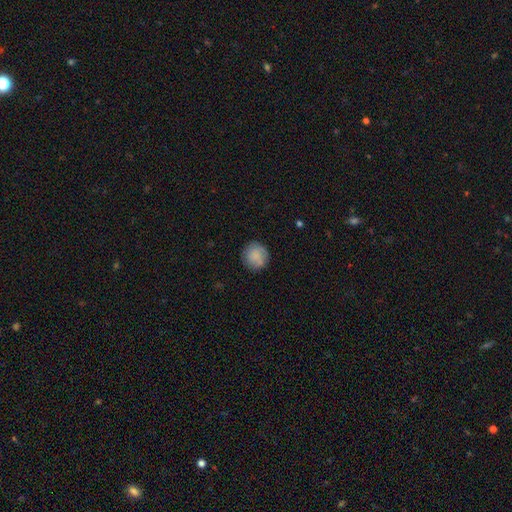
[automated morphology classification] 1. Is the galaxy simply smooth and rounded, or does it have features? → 80% smooth, 13% featured or disk, 7% star or artifact.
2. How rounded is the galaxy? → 92% round, 7% in between, 1% cigar-shaped.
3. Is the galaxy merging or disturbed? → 81% none, 13% minor disturbance, 3% major disturbance, 2% merger.